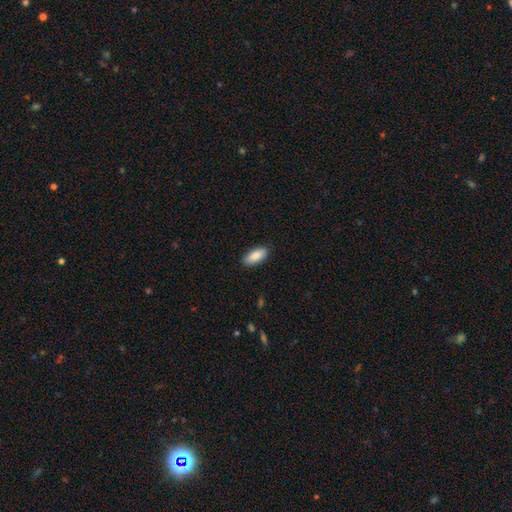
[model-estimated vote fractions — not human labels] Smooth or featured? Predicted: smooth (p=0.86). How rounded? Predicted: in between (p=0.86). Merging? Predicted: none (p=0.88).